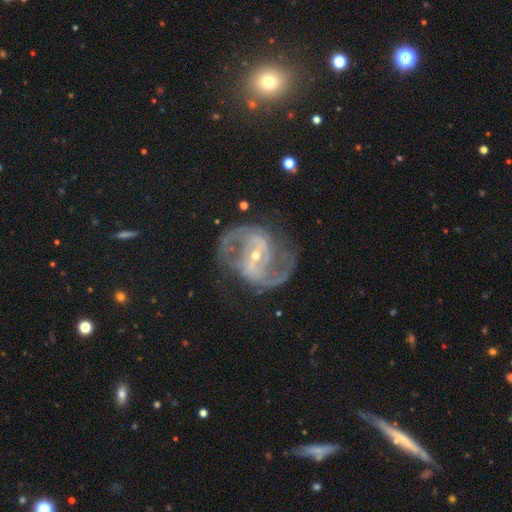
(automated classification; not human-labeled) smooth_or_featured: featured or disk (p=0.90) [alt: star or artifact p=0.06]
disk_edge_on: no (p=0.97) [alt: yes p=0.03]
bar: weak (p=0.39) [tied with: strong p=0.39]
has_spiral_arms: yes (p=0.96) [alt: no p=0.04]
spiral_winding: medium (p=0.58) [alt: loose p=0.22]
spiral_arm_count: 2 (p=0.88) [alt: can't tell p=0.05]
bulge_size: small (p=0.66) [alt: moderate p=0.30]
merging: none (p=0.70) [alt: minor disturbance p=0.16]